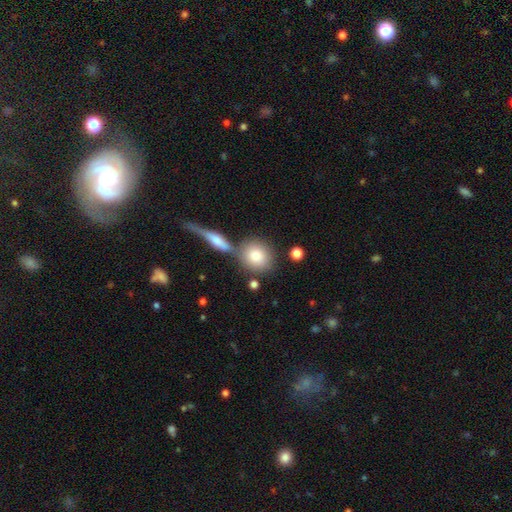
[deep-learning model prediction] The model was most divided on "merging": none: 61%, merger: 25%, minor disturbance: 10%, major disturbance: 4%. More confident: smooth or featured — smooth (81%); how rounded — round (80%).